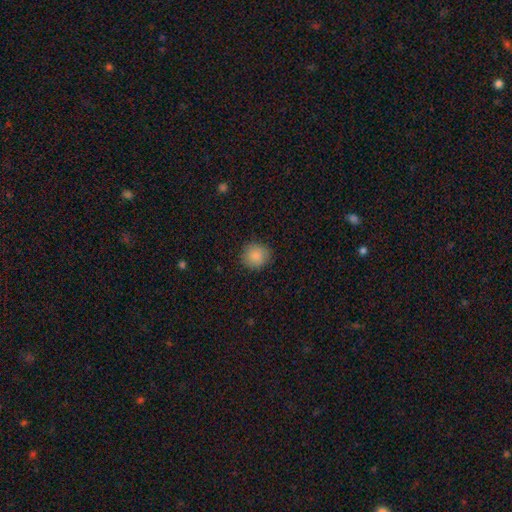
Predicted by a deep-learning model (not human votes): A smooth galaxy with no disk features (88%) that is round (86%).

Vote fractions:
- Smooth or featured? smooth: 88% / star or artifact: 8% / featured or disk: 4%
- How rounded? round: 86% / in between: 13% / cigar-shaped: 1%
- Merging? none: 88% / minor disturbance: 9% / major disturbance: 2% / merger: 1%